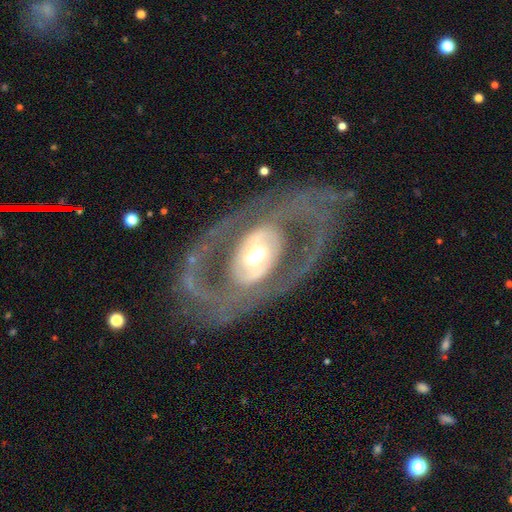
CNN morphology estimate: This is clearly a featured or disk galaxy (81%). It is clearly not viewed edge-on (93%). Bar: possibly no (55%). Spiral arm pattern: possibly yes (59%). Central bulge: possibly moderate (55%). Merging: likely none (73%).